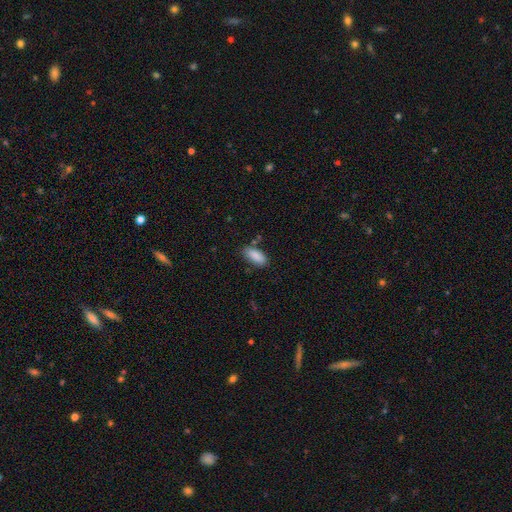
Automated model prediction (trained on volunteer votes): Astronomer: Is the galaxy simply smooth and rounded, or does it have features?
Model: smooth — 89%.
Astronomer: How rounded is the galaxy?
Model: in between — 87%.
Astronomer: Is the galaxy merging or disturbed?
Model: none — 79%.